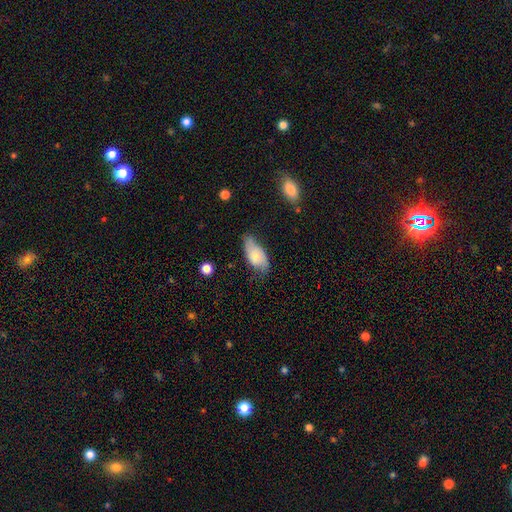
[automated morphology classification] Smooth or featured?
  - smooth: 64% *
  - featured or disk: 29%
  - star or artifact: 7%
How rounded?
  - in between: 92% *
  - cigar-shaped: 5%
  - round: 3%
Merging?
  - none: 46% *
  - minor disturbance: 39%
  - major disturbance: 12%
  - merger: 3%